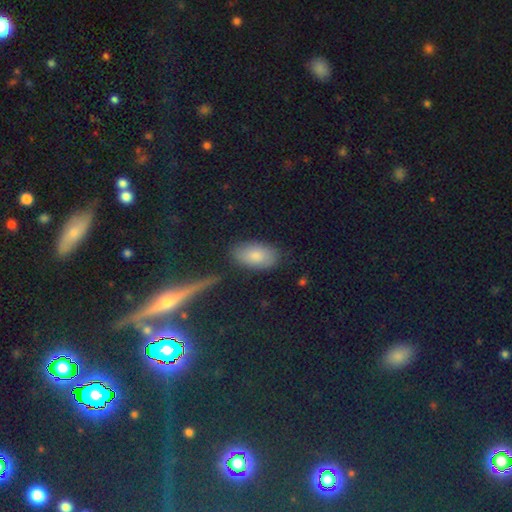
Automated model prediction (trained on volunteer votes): Smooth or featured? Predicted: smooth (p=0.81). How rounded? Predicted: in between (p=0.93). Merging? Predicted: none (p=0.80).